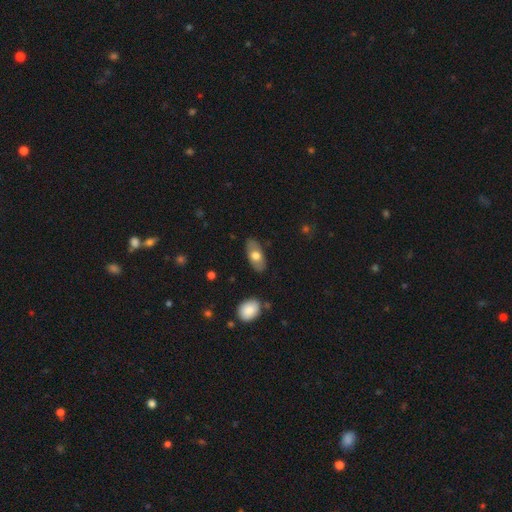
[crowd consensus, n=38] This appears to be a smooth galaxy with no disk features (66%) that is in between round and cigar-shaped (96%). Merging: none (92%).